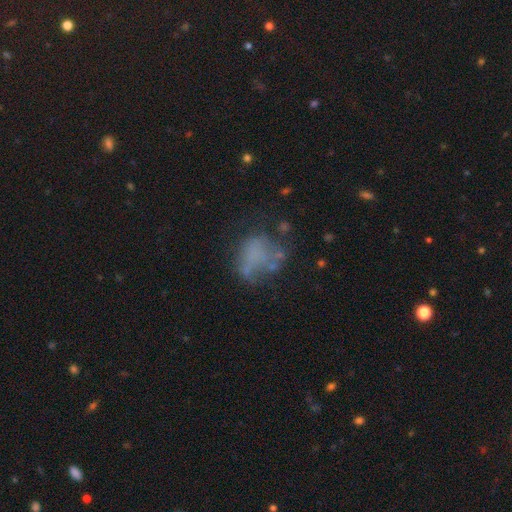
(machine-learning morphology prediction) Overall: smooth (45%; featured or disk 38%). Merging: none (37%; major disturbance 31%).